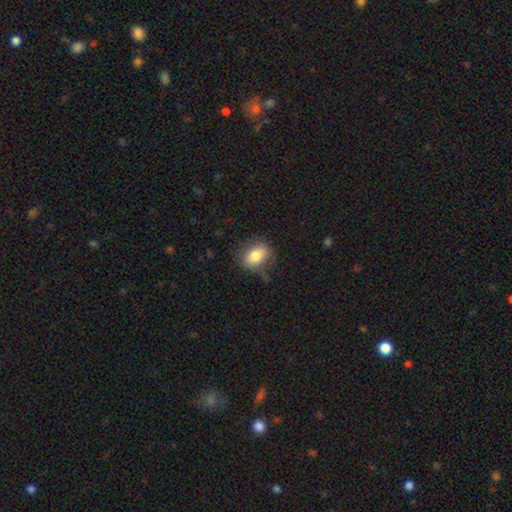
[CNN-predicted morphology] smooth 78%, featured or disk 13%, star or artifact 8%. Down the decision tree: how rounded — in between (73%); merging — none (69%).